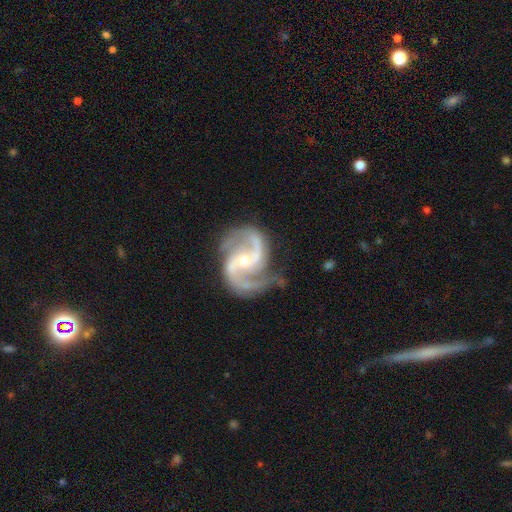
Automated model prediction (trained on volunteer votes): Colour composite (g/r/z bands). It shows a featured or disk galaxy (93%) with no bar (41%), 2 (90%) medium (63%) spiral arms (98%) and a small central bulge (55%). Merging: none (71%).